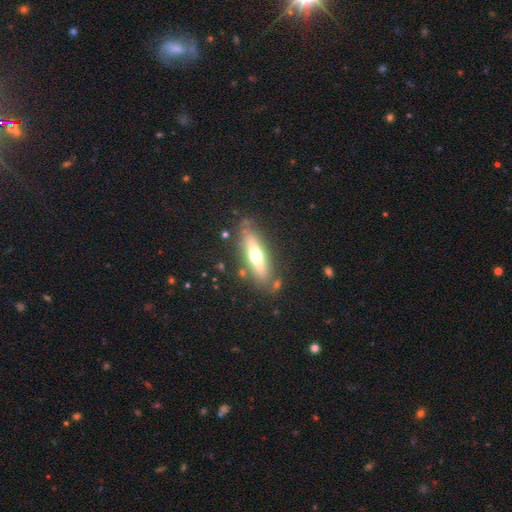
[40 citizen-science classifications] Smooth or featured? featured or disk (65%)
Edge-on disk? yes (73%)
Edge-on bulge? rounded (95%)
Merging? none (63%)